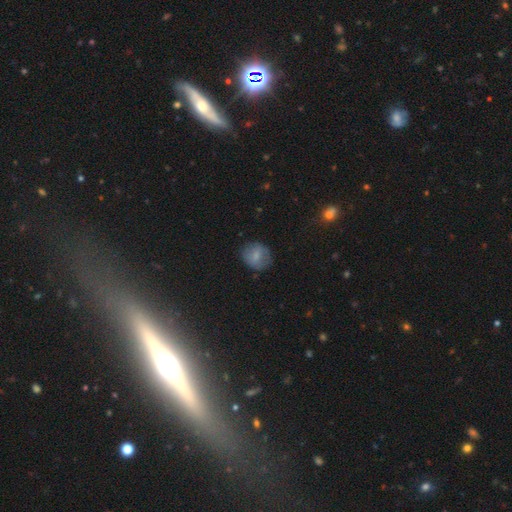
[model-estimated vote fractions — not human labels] Morphology: type=smooth (73%); roundness=round (70%); merging=none (78%).